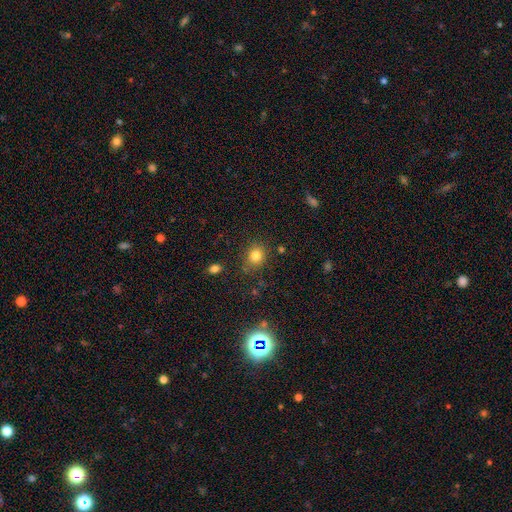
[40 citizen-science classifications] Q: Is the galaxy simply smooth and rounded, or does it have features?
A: smooth — 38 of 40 (95%).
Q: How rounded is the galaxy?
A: round — 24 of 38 (63%).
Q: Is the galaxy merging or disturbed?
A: none — 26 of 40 (65%).